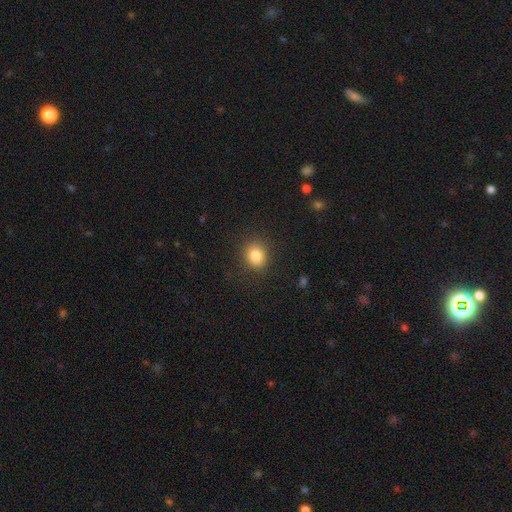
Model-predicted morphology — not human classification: Smooth or featured? smooth (83%)
How rounded? round (73%)
Merging? none (87%)